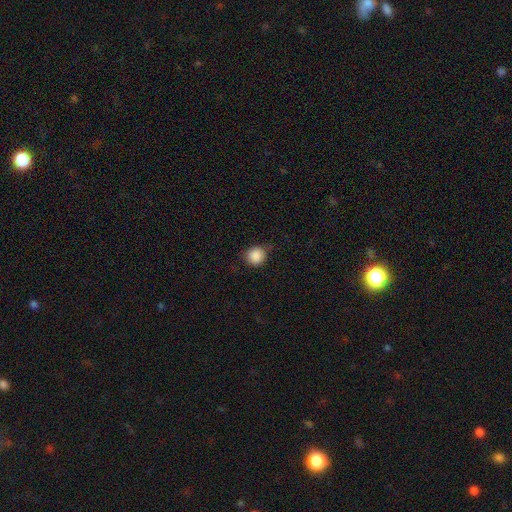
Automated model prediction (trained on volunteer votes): Overall: smooth (88%). How rounded: round (87%). Merging: none (75%).